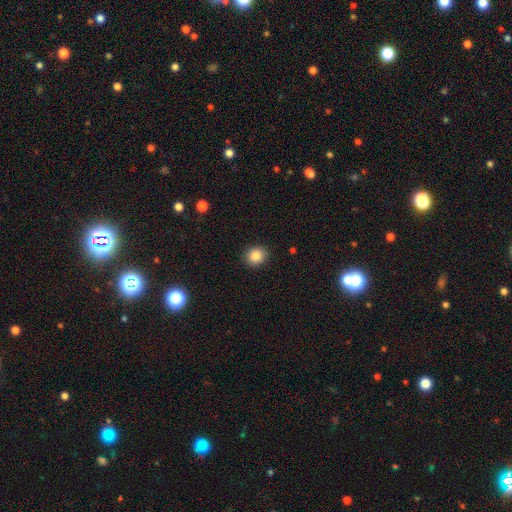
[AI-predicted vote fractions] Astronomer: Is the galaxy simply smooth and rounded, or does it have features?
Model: smooth — 86%.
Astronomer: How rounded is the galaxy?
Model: round — 75%.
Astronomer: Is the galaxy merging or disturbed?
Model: none — 90%.